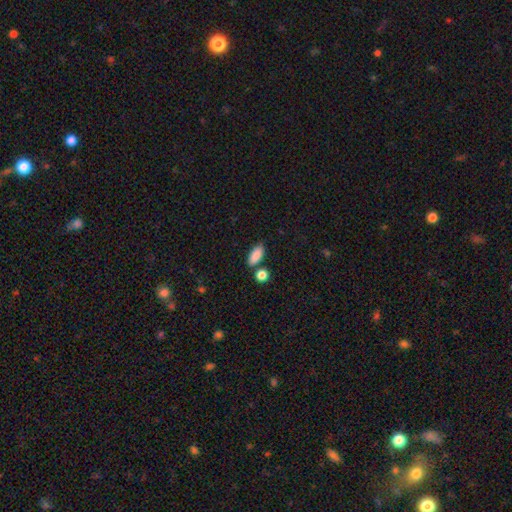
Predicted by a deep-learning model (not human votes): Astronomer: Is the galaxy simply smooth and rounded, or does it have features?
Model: smooth — 88%.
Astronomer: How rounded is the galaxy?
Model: in between — 84%.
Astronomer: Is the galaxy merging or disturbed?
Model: none — 73%.